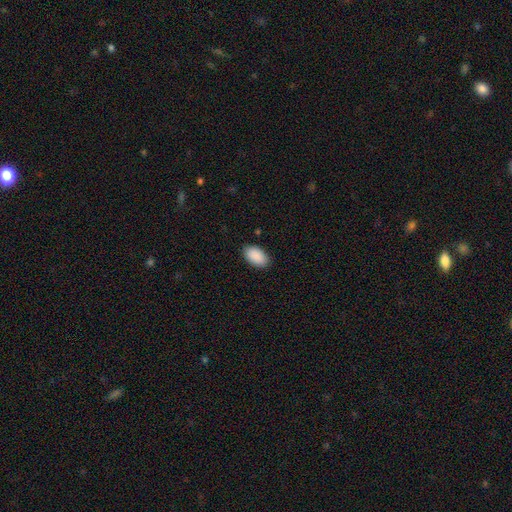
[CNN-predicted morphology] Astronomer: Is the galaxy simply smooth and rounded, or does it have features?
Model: smooth — 91%.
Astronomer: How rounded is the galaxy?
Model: in between — 95%.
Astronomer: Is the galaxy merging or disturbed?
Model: none — 88%.